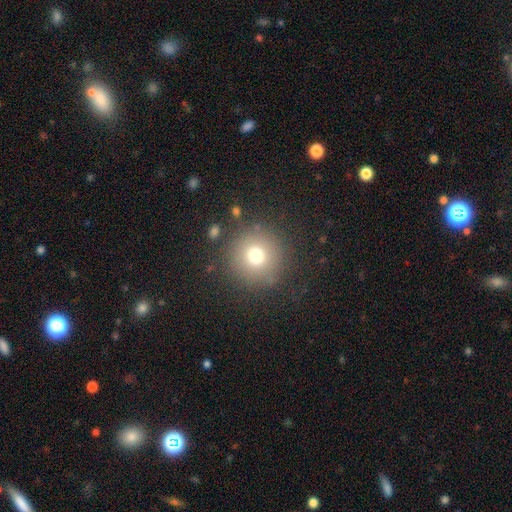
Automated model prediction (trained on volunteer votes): Smooth or featured? smooth (72%)
How rounded? round (95%)
Merging? none (86%)